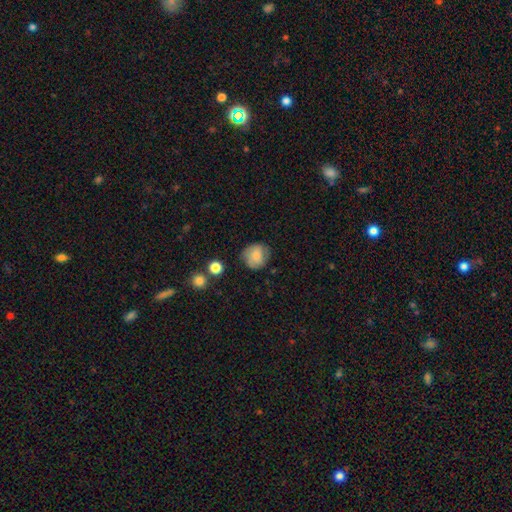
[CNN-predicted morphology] Smooth or featured: smooth — 78% (featured or disk — 13%)
How rounded: round — 85% (in between — 14%)
Merging: none — 76% (minor disturbance — 18%)